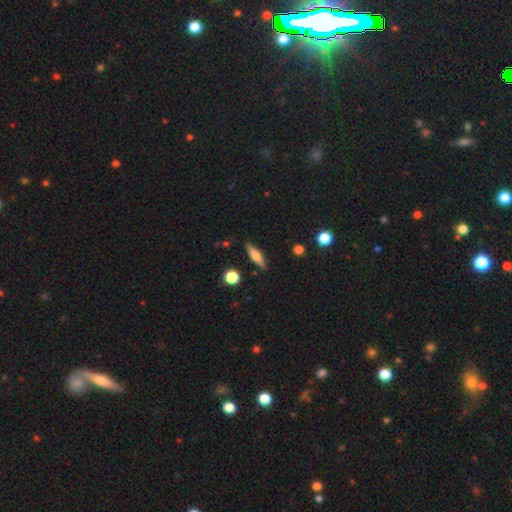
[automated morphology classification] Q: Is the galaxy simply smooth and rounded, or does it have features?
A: smooth — 52%.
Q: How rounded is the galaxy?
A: cigar-shaped — 68%.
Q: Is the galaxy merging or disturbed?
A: none — 86%.